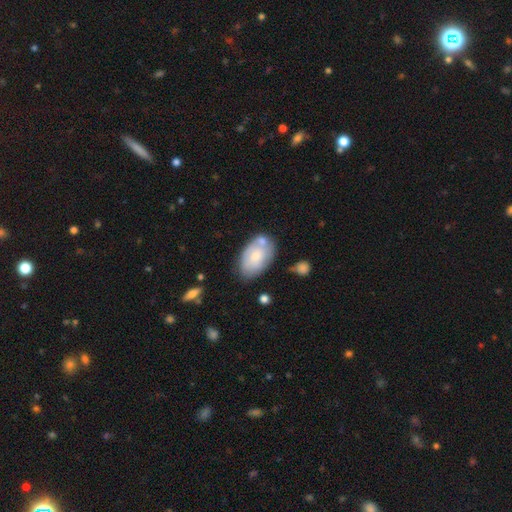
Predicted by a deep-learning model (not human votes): This appears to be a smooth galaxy with no disk features (62%) that is in between round and cigar-shaped (92%). Merging: none (57%).